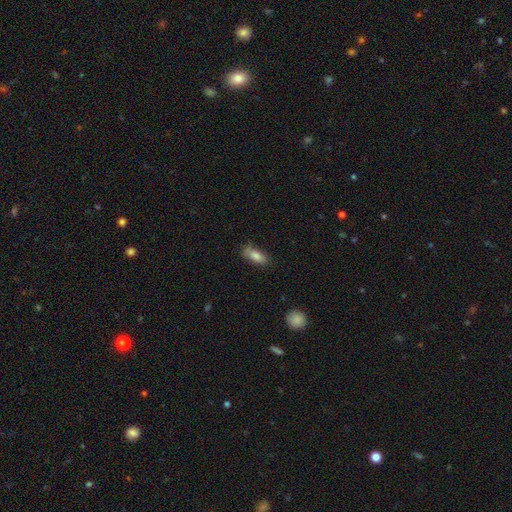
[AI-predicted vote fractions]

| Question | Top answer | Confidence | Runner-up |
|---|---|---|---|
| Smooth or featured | smooth | 82% | featured or disk (11%) |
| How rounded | in between | 76% | cigar-shaped (21%) |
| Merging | none | 66% | minor disturbance (25%) |